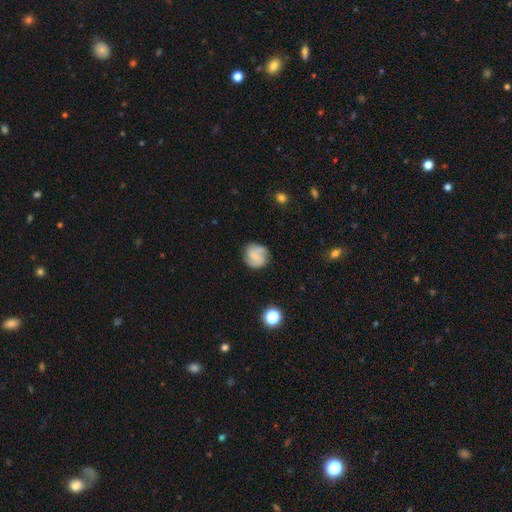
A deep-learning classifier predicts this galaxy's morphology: Smooth or featured?
  - smooth: 55% *
  - featured or disk: 36%
  - star or artifact: 9%
How rounded?
  - round: 84% *
  - in between: 15%
  - cigar-shaped: 1%
Merging?
  - none: 72% *
  - minor disturbance: 19%
  - major disturbance: 6%
  - merger: 4%